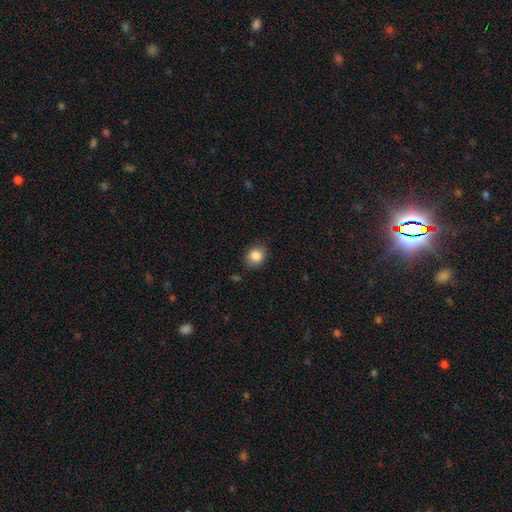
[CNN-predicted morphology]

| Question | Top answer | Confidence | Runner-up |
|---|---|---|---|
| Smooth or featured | smooth | 86% | star or artifact (9%) |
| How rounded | round | 66% | in between (33%) |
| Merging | none | 82% | minor disturbance (13%) |